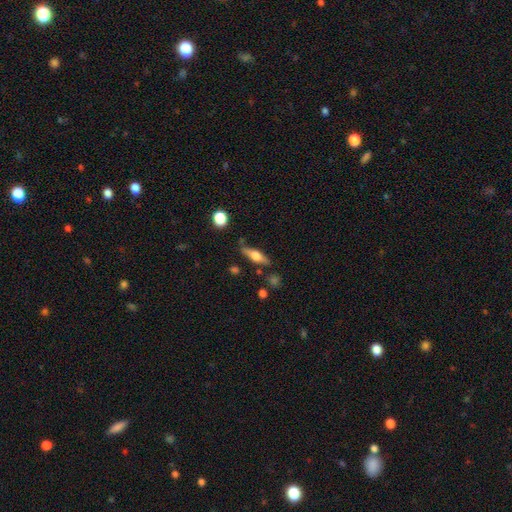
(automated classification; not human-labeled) A featured or disk galaxy (50%) viewed edge-on (91%). Merging: none (74%).